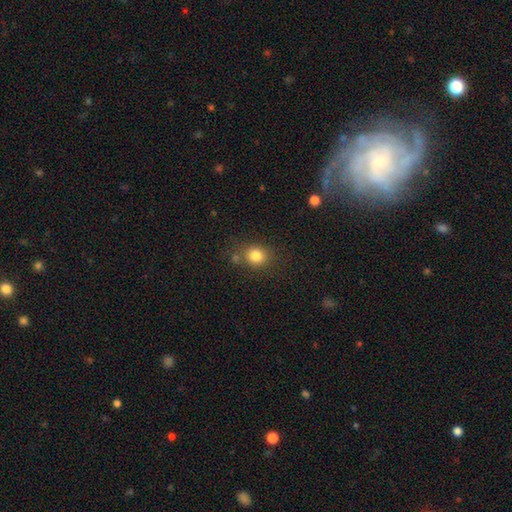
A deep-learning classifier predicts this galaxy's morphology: Q: Smooth or featured?
A: smooth (82%); runner-up: star or artifact (12%)
Q: How rounded?
A: round (78%); runner-up: in between (21%)
Q: Merging?
A: none (73%); runner-up: minor disturbance (12%)